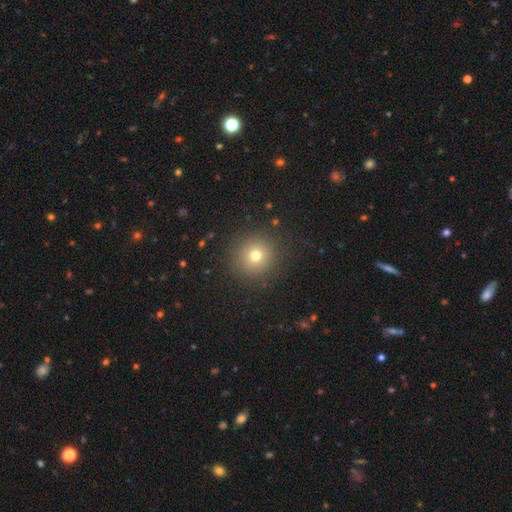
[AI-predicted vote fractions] A smooth galaxy with no disk features (74%) that is round (94%).

Vote fractions:
- Smooth or featured? smooth: 74% / star or artifact: 16% / featured or disk: 10%
- How rounded? round: 94% / in between: 5% / cigar-shaped: 1%
- Merging? none: 90% / minor disturbance: 6% / major disturbance: 3% / merger: 1%